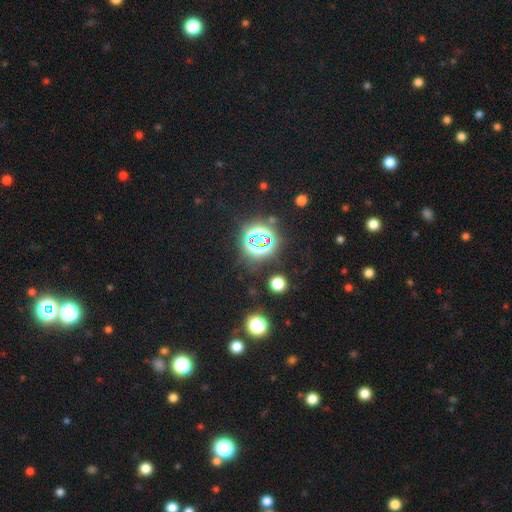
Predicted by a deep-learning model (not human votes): Q: Smooth or featured?
A: star or artifact (78%); runner-up: smooth (15%)